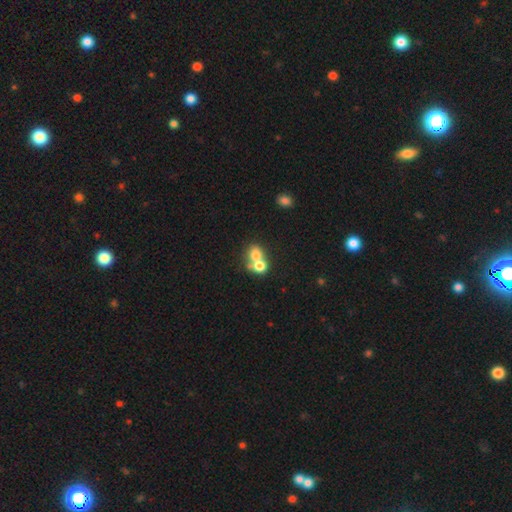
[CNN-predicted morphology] The model was most divided on "how rounded": round: 65%, in between: 34%, cigar-shaped: 1%. More confident: smooth or featured — smooth (72%); merging — merger (69%).